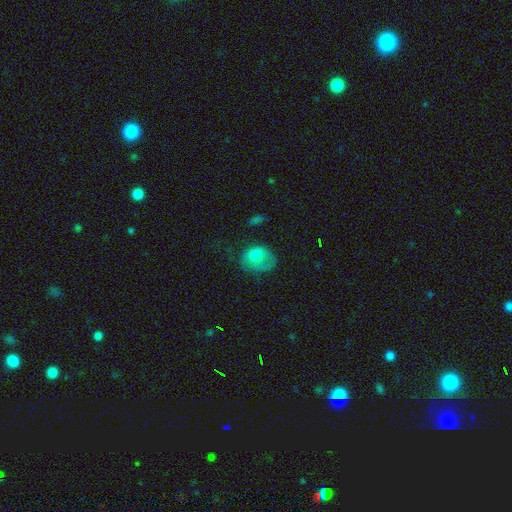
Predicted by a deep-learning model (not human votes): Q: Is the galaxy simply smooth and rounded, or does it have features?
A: smooth — 75%.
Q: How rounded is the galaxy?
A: in between — 52%.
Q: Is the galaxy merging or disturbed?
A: none — 37%.